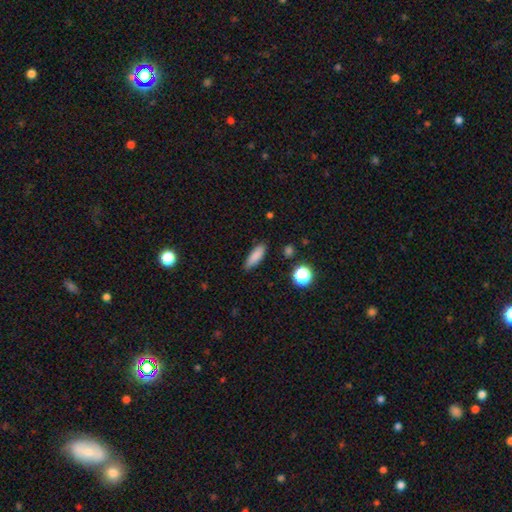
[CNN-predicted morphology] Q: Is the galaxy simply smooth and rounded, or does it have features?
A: smooth — 84%.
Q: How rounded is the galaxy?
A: in between — 50%.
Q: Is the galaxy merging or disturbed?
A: none — 84%.